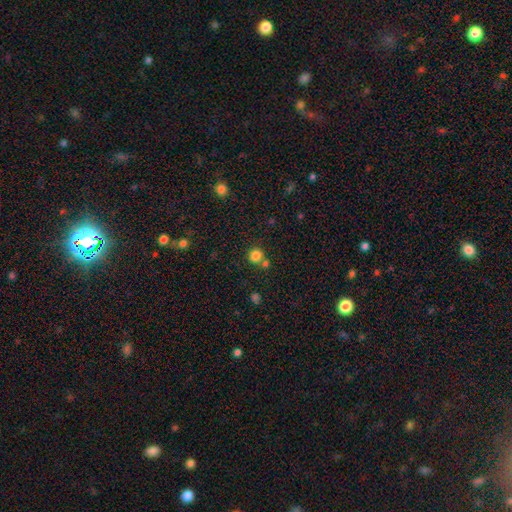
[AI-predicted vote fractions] A smooth galaxy with no disk features (82%) that is round (91%). Merging: none (69%).